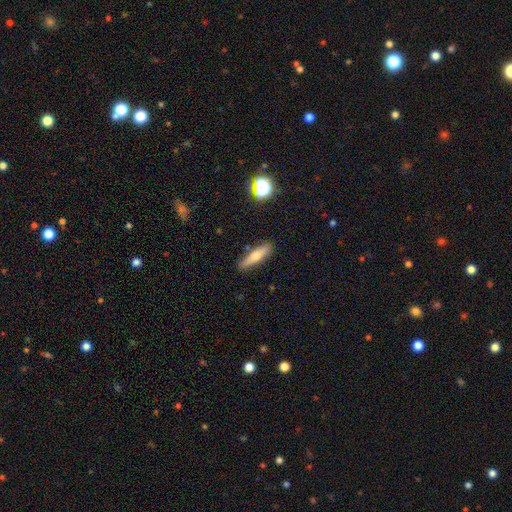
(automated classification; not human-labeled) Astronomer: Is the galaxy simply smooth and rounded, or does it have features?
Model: smooth — 54% (runner-up: featured or disk, 37%).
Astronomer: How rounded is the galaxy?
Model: cigar-shaped — 77%.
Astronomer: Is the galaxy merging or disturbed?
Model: none — 87%.